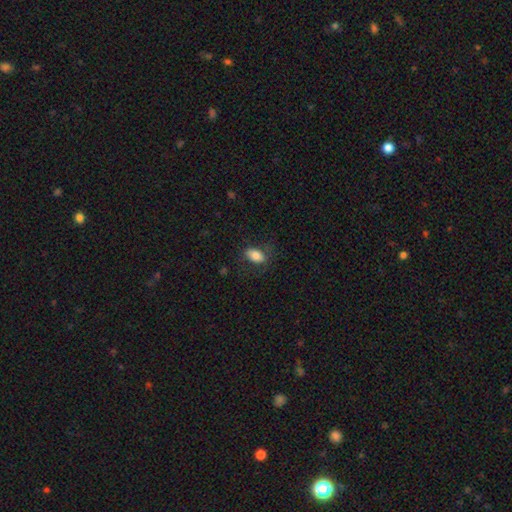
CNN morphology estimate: Overall: smooth (80%). How rounded: in between (89%). Merging: none (73%).